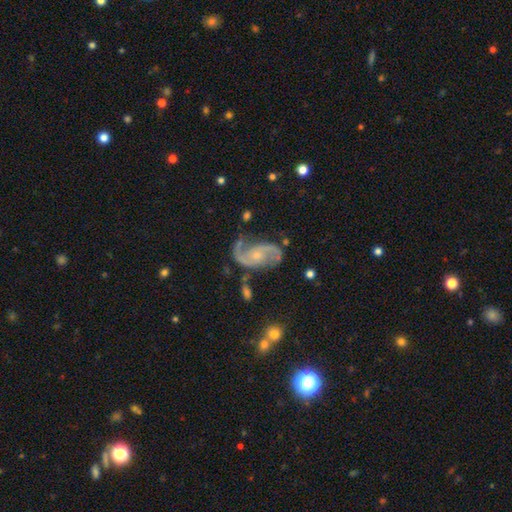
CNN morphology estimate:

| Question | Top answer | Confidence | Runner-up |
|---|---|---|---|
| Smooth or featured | featured or disk | 90% | star or artifact (5%) |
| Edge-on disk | no | 98% | yes (2%) |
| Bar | no | 63% | weak (30%) |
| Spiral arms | yes | 98% | no (2%) |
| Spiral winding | medium | 50% | loose (36%) |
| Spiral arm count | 2 | 93% | can't tell (2%) |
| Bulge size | small | 66% | moderate (26%) |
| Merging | none | 70% | minor disturbance (18%) |